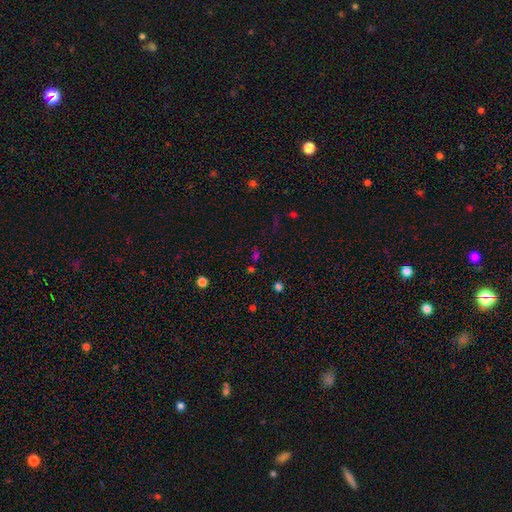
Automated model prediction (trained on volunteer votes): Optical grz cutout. It shows a star or artifact, not a galaxy (48%).